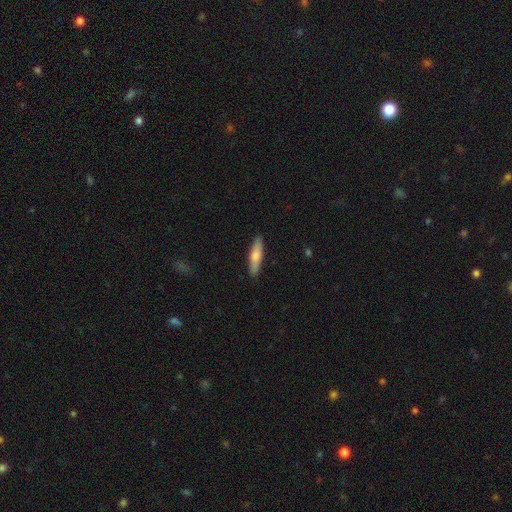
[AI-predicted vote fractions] A smooth galaxy with no disk features (71%) that is cigar-shaped (75%).

Vote fractions:
- Smooth or featured? smooth: 71% / featured or disk: 24% / star or artifact: 5%
- How rounded? cigar-shaped: 75% / in between: 23% / round: 2%
- Merging? none: 89% / minor disturbance: 8% / major disturbance: 2% / merger: 1%